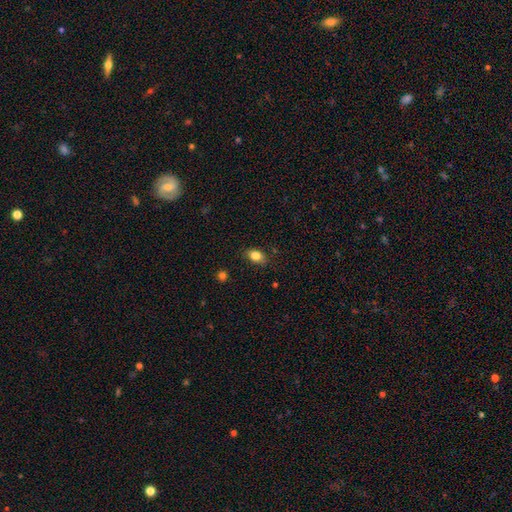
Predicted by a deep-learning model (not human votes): Overall: smooth (83%). How rounded: in between (81%). Merging: none (83%).